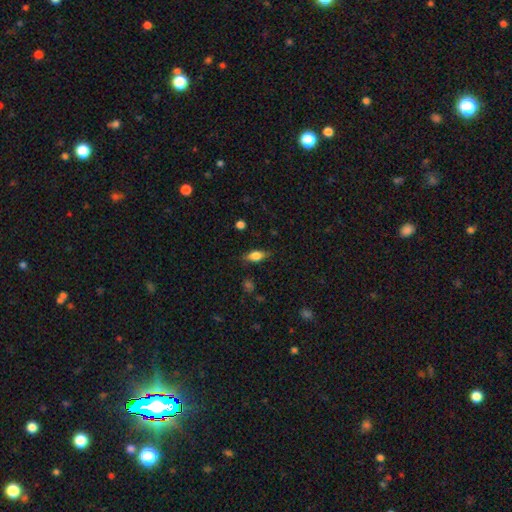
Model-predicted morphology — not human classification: smooth 71%, featured or disk 20%, star or artifact 8%. Down the decision tree: how rounded — in between (77%); merging — none (79%).